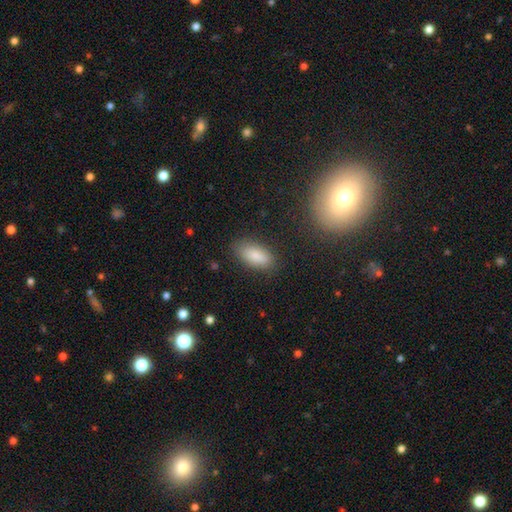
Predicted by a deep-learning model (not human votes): Overall: smooth (86%). How rounded: in between (88%). Merging: none (83%).